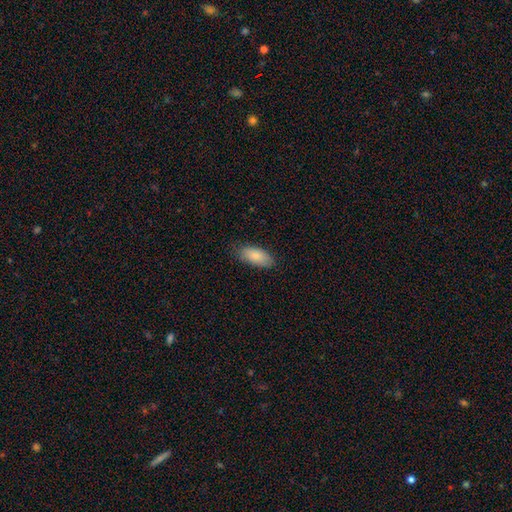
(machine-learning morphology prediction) A smooth galaxy with no disk features (85%) that is in between round and cigar-shaped (89%).

Vote fractions:
- Smooth or featured? smooth: 85% / featured or disk: 9% / star or artifact: 6%
- How rounded? in between: 89% / cigar-shaped: 9% / round: 2%
- Merging? none: 80% / minor disturbance: 16% / major disturbance: 3% / merger: 1%